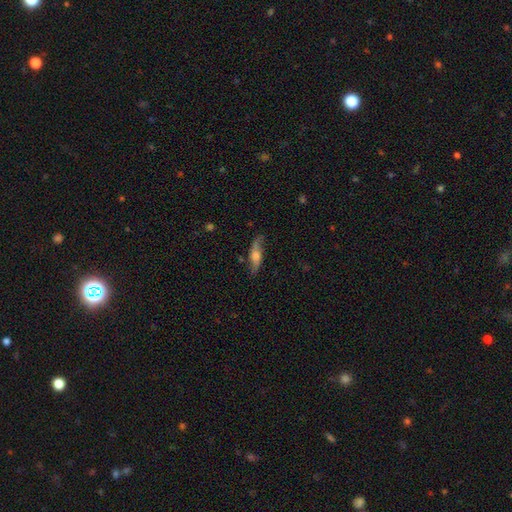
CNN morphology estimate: smooth_or_featured: featured or disk (p=0.54) [alt: smooth p=0.39]
disk_edge_on: yes (p=0.51) [alt: no p=0.49]
merging: none (p=0.74) [alt: minor disturbance p=0.19]